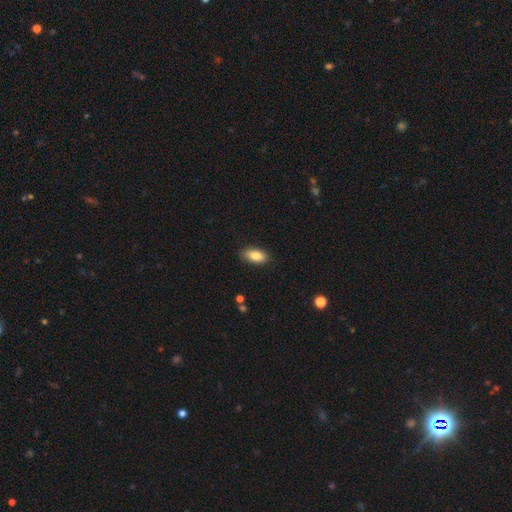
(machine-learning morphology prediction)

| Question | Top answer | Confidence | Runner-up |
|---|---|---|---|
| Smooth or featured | smooth | 82% | featured or disk (10%) |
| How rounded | in between | 90% | cigar-shaped (6%) |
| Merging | none | 86% | minor disturbance (10%) |